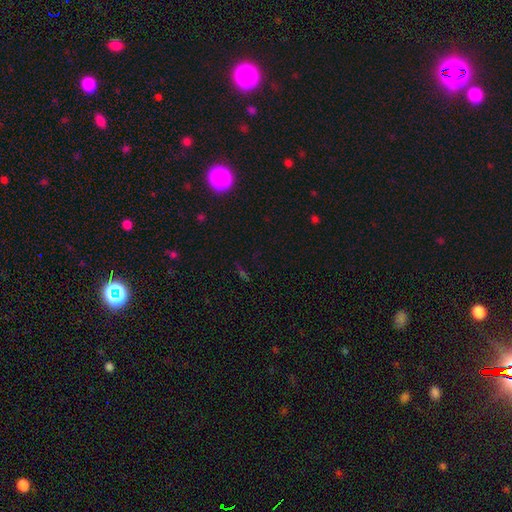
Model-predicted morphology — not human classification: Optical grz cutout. It shows a star or artifact, not a galaxy (66%).